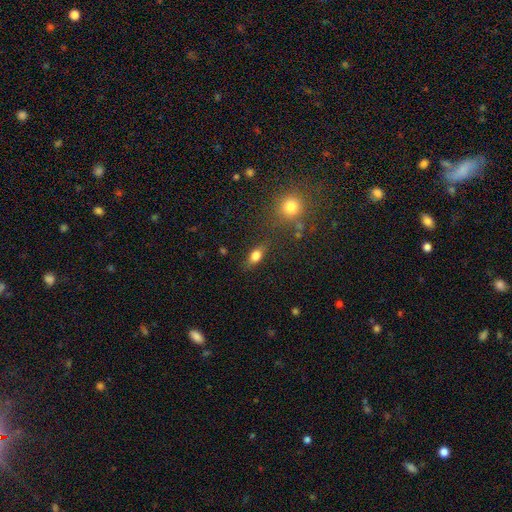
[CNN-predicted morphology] Overall: smooth (75%). How rounded: in between (75%). Merging: none (77%).